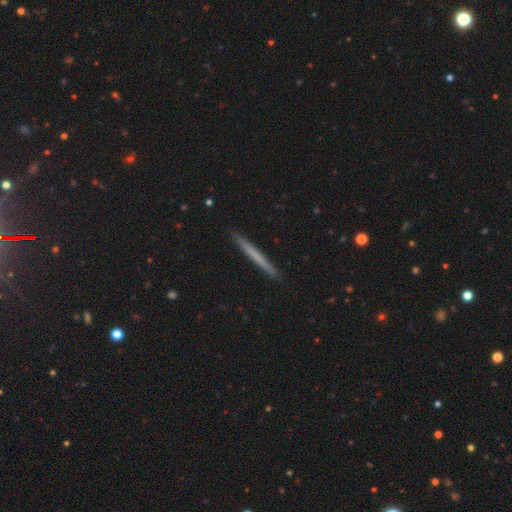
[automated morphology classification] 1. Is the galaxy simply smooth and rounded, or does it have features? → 58% smooth, 37% featured or disk, 5% star or artifact.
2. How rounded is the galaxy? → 97% cigar-shaped, 2% in between, 1% round.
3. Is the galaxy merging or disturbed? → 92% none, 6% minor disturbance, 1% major disturbance, 1% merger.